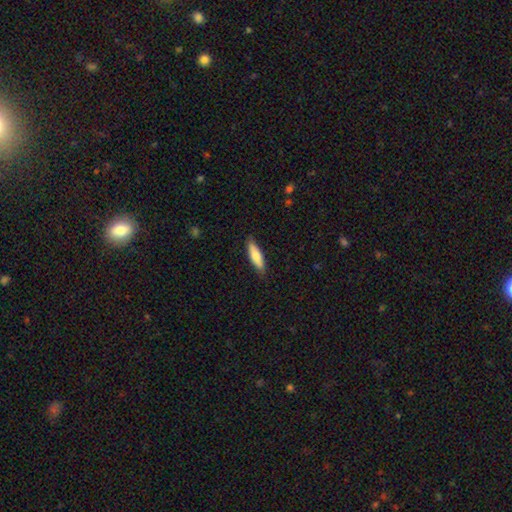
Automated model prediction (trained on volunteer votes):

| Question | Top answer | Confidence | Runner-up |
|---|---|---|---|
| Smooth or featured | smooth | 74% | featured or disk (21%) |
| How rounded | cigar-shaped | 60% | in between (38%) |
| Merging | none | 85% | minor disturbance (12%) |